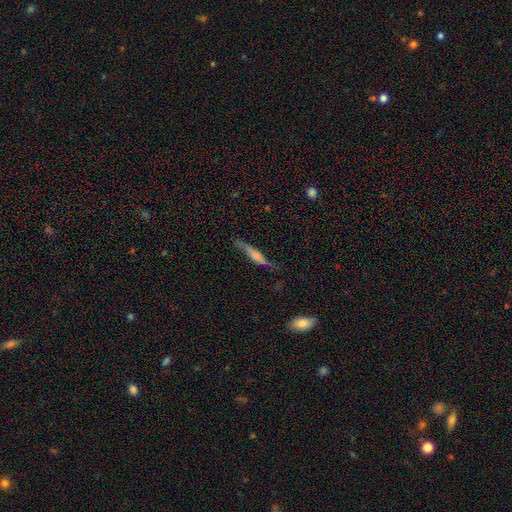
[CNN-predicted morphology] Smooth or featured: featured or disk — 47% (smooth — 46%)
Merging: none — 64% (minor disturbance — 25%)